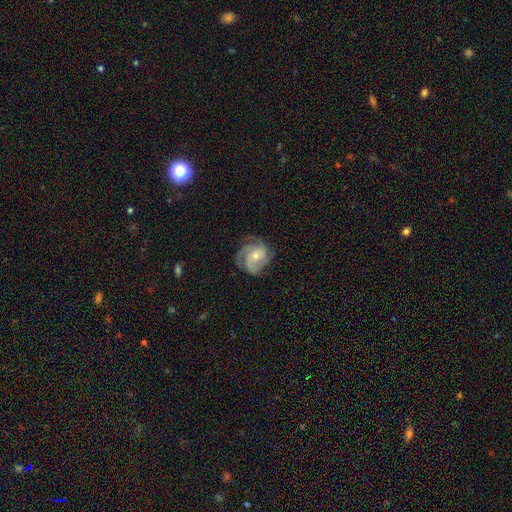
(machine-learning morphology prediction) smooth_or_featured: featured or disk (p=0.86) [alt: smooth p=0.07]
disk_edge_on: no (p=0.98) [alt: yes p=0.02]
bar: no (p=0.70) [alt: weak p=0.24]
has_spiral_arms: yes (p=0.98) [alt: no p=0.02]
spiral_winding: tight (p=0.55) [alt: medium p=0.38]
spiral_arm_count: 3 (p=0.55) [alt: 4 p=0.18]
bulge_size: small (p=0.55) [alt: moderate p=0.41]
merging: none (p=0.74) [alt: minor disturbance p=0.18]